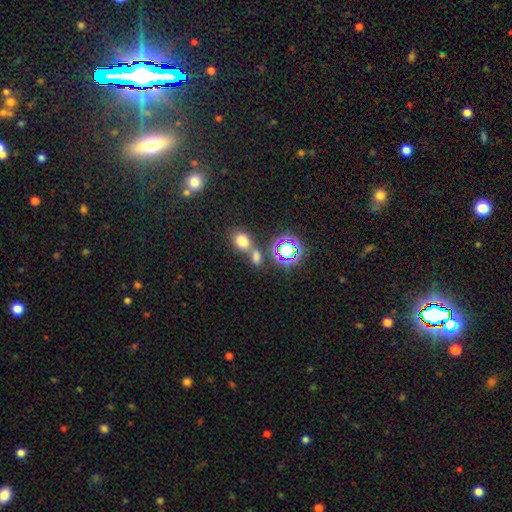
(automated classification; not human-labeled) Morphology: type=smooth (66%); roundness=in between (63%); merging=none (44%).